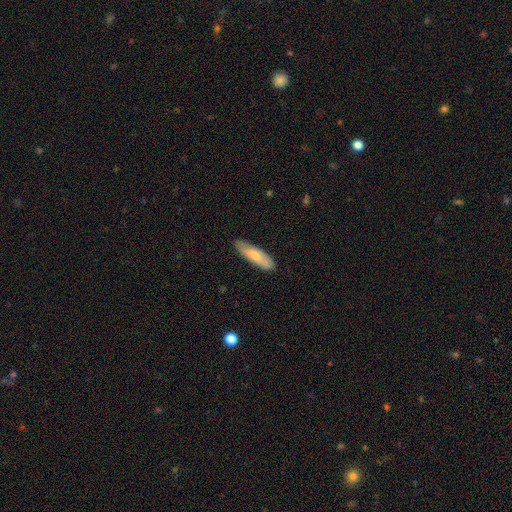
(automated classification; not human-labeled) smooth_or_featured: smooth (p=0.74) [alt: featured or disk p=0.21]
how_rounded: cigar-shaped (p=0.58) [alt: in between p=0.40]
merging: none (p=0.84) [alt: minor disturbance p=0.13]